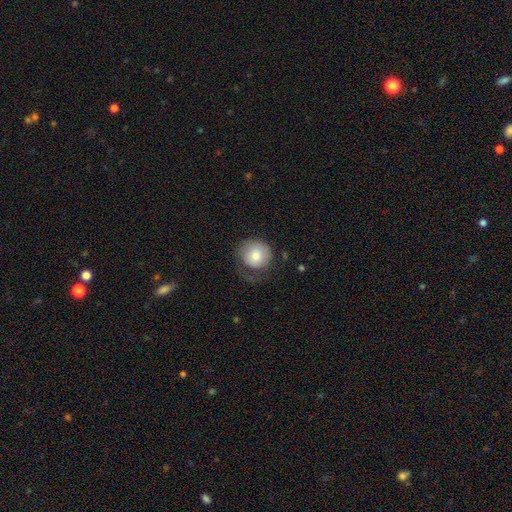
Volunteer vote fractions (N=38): Volunteers were most divided on "merging": none: 53%, major disturbance: 28%, minor disturbance: 17%, merger: 3%. More confident: how rounded — round (84%); smooth or featured — smooth (82%).